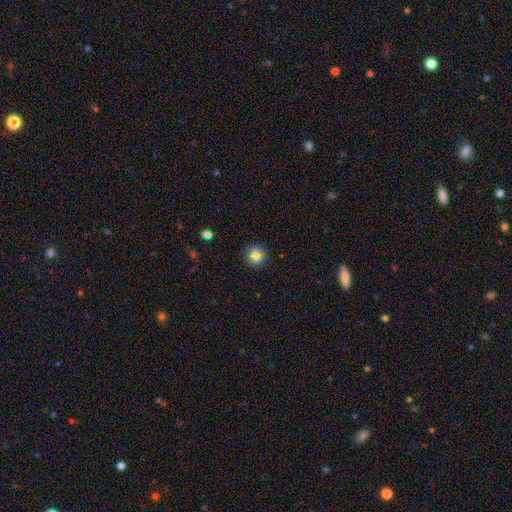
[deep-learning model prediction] smooth-or-featured: smooth: 62% | star or artifact: 29% | featured or disk: 9%
  how-rounded: round: 91% | in between: 7% | cigar-shaped: 2%
  merging: none: 87% | minor disturbance: 7% | merger: 3% | major disturbance: 3%